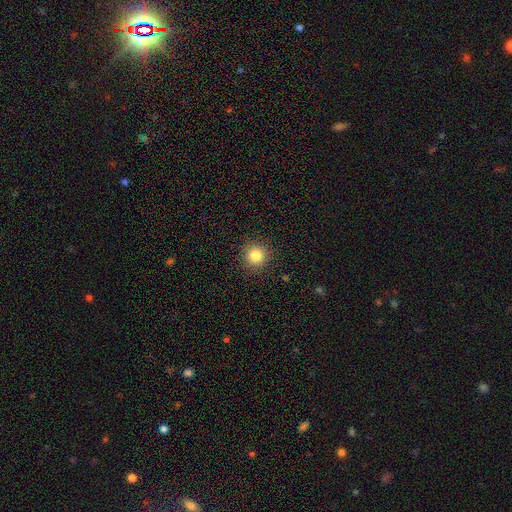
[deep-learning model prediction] A smooth galaxy with no disk features (84%) that is round (94%).

Vote fractions:
- Smooth or featured? smooth: 84% / star or artifact: 11% / featured or disk: 5%
- How rounded? round: 94% / in between: 5% / cigar-shaped: 1%
- Merging? none: 91% / minor disturbance: 6% / major disturbance: 2% / merger: 1%